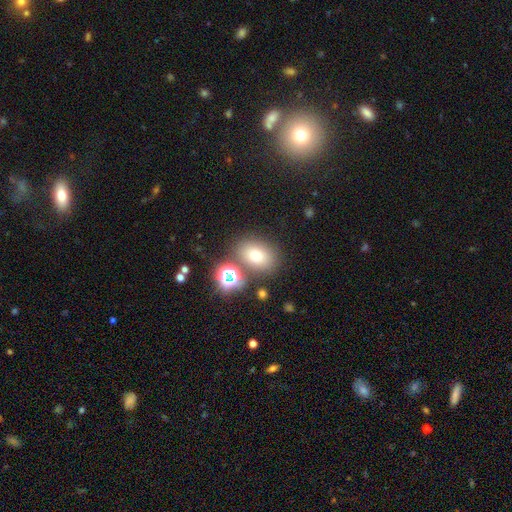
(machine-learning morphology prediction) smooth_or_featured: smooth (p=0.73) [alt: star or artifact p=0.17]
how_rounded: in between (p=0.70) [alt: round p=0.28]
merging: none (p=0.71) [alt: merger p=0.13]